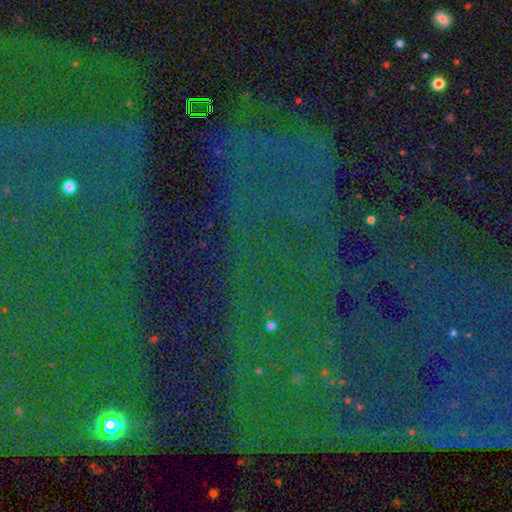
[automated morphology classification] The model was most divided on "smooth or featured": star or artifact: 84%, featured or disk: 8%, smooth: 8%.